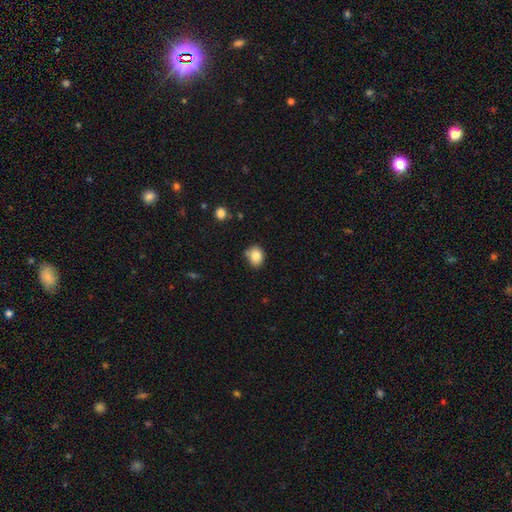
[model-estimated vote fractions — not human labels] smooth_or_featured: smooth (p=0.82) [alt: star or artifact p=0.10]
how_rounded: round (p=0.63) [alt: in between p=0.36]
merging: none (p=0.68) [alt: minor disturbance p=0.21]